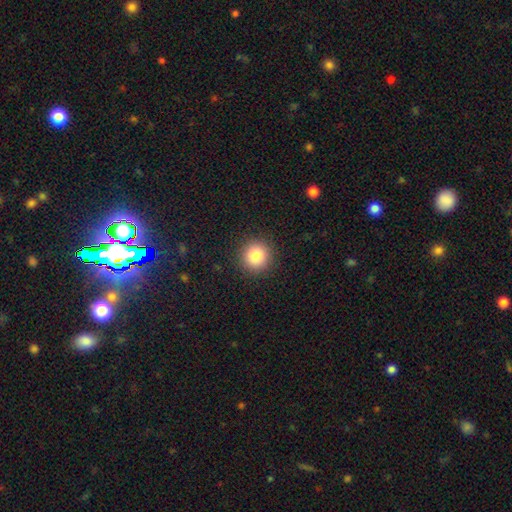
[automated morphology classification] A smooth galaxy with no disk features (85%) that is round (92%). Merging: none (91%).